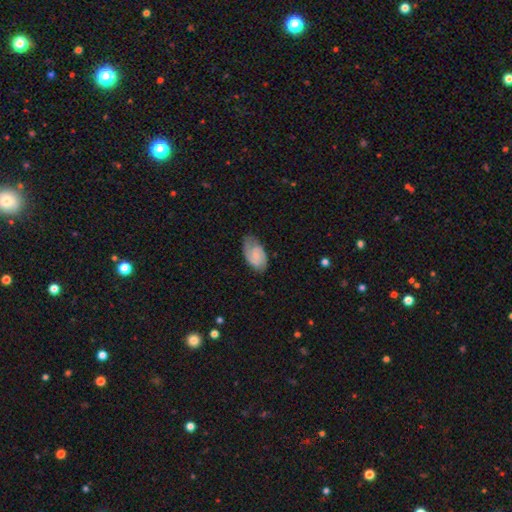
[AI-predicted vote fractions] Smooth or featured?
  - featured or disk: 65% *
  - smooth: 28%
  - star or artifact: 6%
Edge-on disk?
  - no: 97% *
  - yes: 3%
Bar?
  - no: 46% *
  - weak: 45%
  - strong: 9%
Spiral arms?
  - yes: 93% *
  - no: 7%
Spiral winding?
  - medium: 47% *
  - tight: 38%
  - loose: 15%
Spiral arm count?
  - 2: 84% *
  - can't tell: 9%
  - 1: 3%
  - 3: 2%
  - 4: 1%
  - more than 4: 1%
Bulge size?
  - small: 49% *
  - none: 32%
  - moderate: 16%
  - large: 2%
  - dominant: 1%
Merging?
  - none: 72% *
  - minor disturbance: 21%
  - major disturbance: 6%
  - merger: 1%